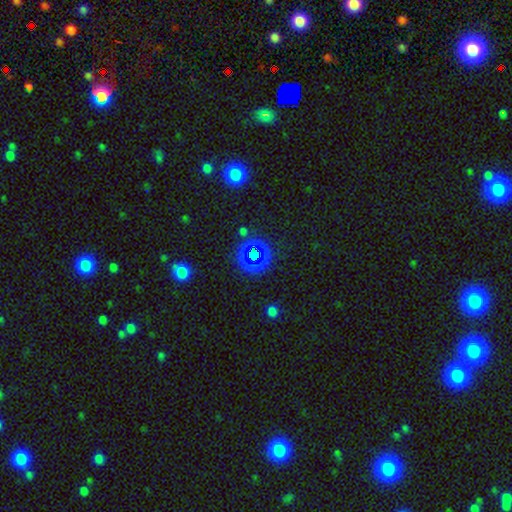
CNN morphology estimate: Smooth or featured: star or artifact — 64% (smooth — 26%)